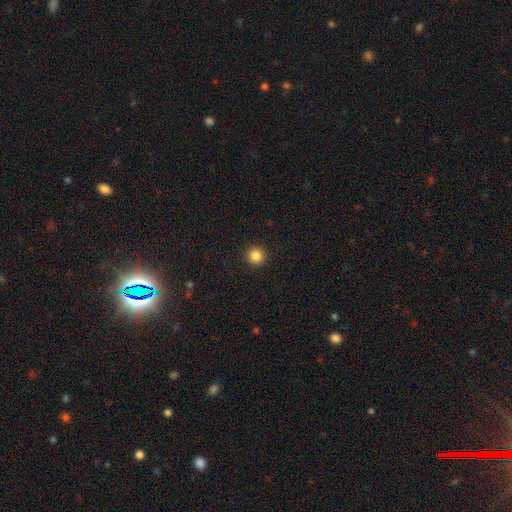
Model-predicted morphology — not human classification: type=smooth (86%); roundness=round (95%); merging=none (93%).